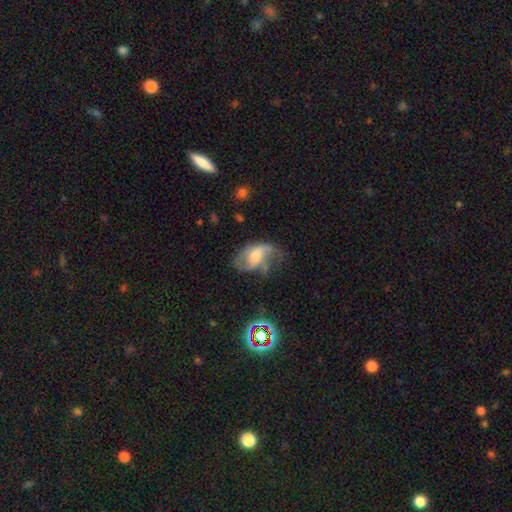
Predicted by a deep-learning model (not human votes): The model was most divided on "merging": none: 37%, major disturbance: 31%, minor disturbance: 28%, merger: 5%. More confident: edge-on disk — no (96%); spiral arms — yes (79%); smooth or featured — featured or disk (65%); bar — no (56%); bulge size — moderate (52%).